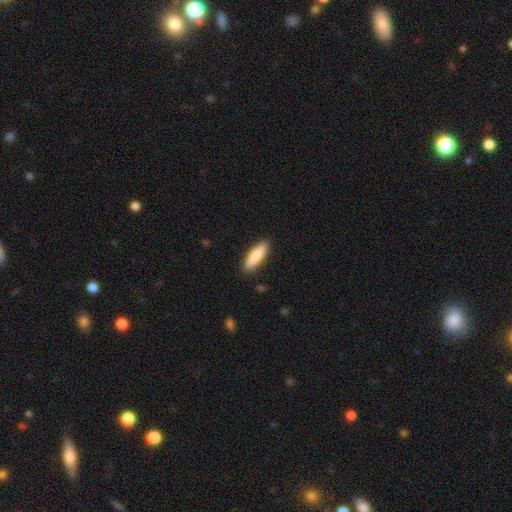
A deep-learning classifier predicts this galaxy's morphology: A smooth galaxy with no disk features (84%) that is cigar-shaped (61%). Merging: none (89%).